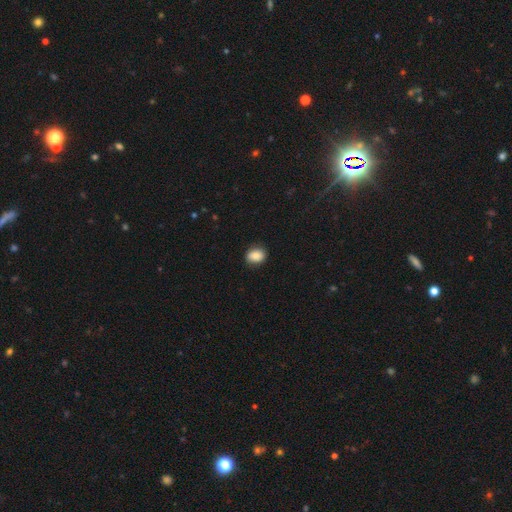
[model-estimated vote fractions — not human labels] Smooth or featured? smooth (85%)
How rounded? in between (54%)
Merging? none (83%)